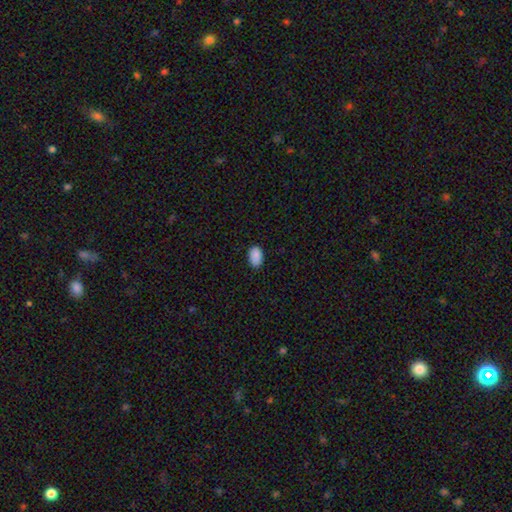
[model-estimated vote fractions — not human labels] This is clearly a smooth galaxy (89%). How rounded: clearly in between (91%). Merging: clearly none (84%).